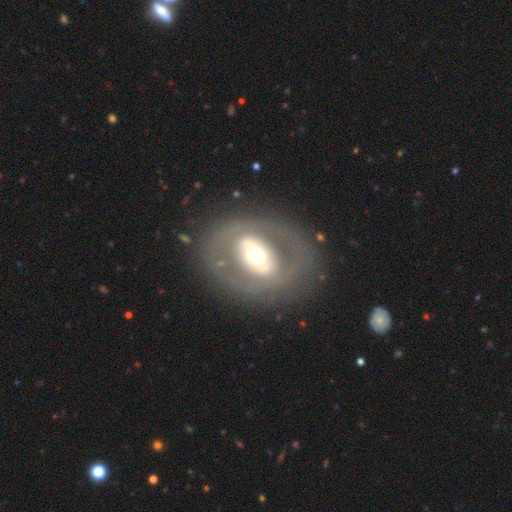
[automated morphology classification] smooth-or-featured: featured or disk: 64% | smooth: 30% | star or artifact: 7%
  disk-edge-on: no: 93% | yes: 7%
    bar: no: 55% | strong: 22% | weak: 22%
    has-spiral-arms: no: 81% | yes: 19%
    bulge-size: moderate: 60% | large: 21% | small: 15% | dominant: 3% | none: 1%
  merging: none: 75% | minor disturbance: 12% | major disturbance: 11% | merger: 2%